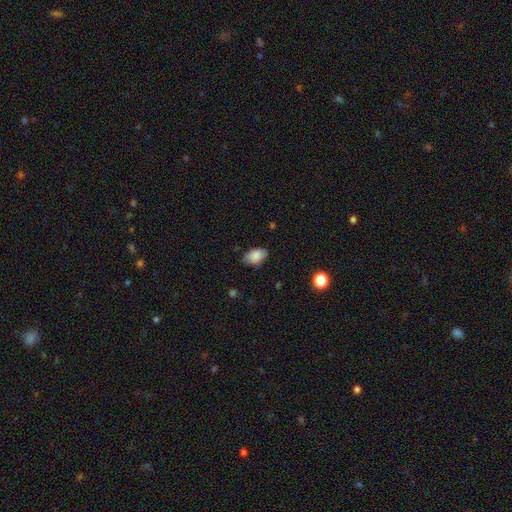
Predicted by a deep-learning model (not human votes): Q: Smooth or featured?
A: smooth (87%); runner-up: star or artifact (8%)
Q: How rounded?
A: in between (91%); runner-up: round (7%)
Q: Merging?
A: none (78%); runner-up: minor disturbance (18%)